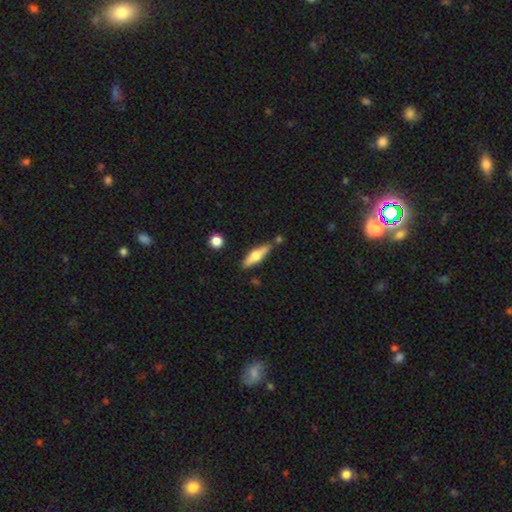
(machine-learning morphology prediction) smooth-or-featured: featured or disk: 50% | smooth: 44% | star or artifact: 6%
  merging: none: 77% | minor disturbance: 13% | merger: 7% | major disturbance: 3%